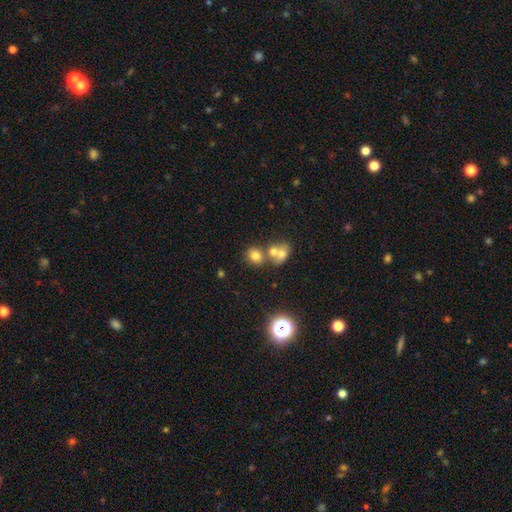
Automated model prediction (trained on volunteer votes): smooth_or_featured: smooth (p=0.72) [alt: star or artifact p=0.16]
how_rounded: round (p=0.60) [alt: in between p=0.39]
merging: none (p=0.46) [alt: merger p=0.41]